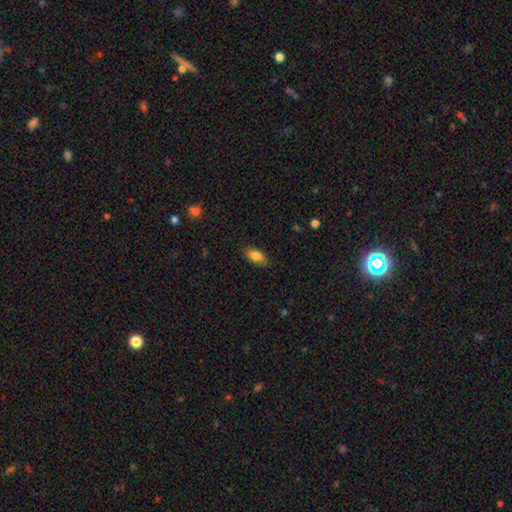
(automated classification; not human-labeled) This appears to be a smooth galaxy with no disk features (84%) that is in between round and cigar-shaped (87%). Merging: none (85%).